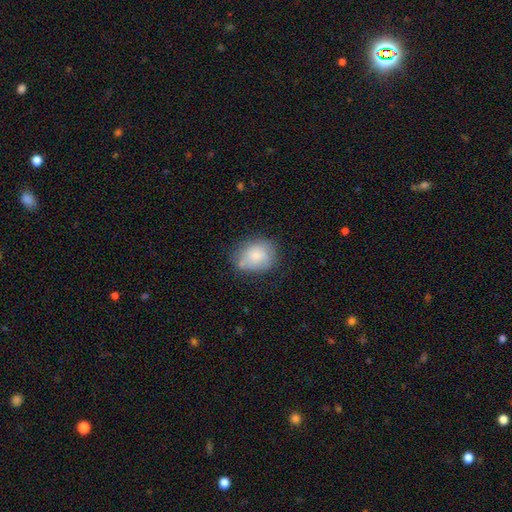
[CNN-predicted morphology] Smooth or featured?
  - smooth: 76% *
  - featured or disk: 16%
  - star or artifact: 8%
How rounded?
  - round: 53% *
  - in between: 46%
  - cigar-shaped: 1%
Merging?
  - none: 58% *
  - minor disturbance: 27%
  - major disturbance: 8%
  - merger: 7%